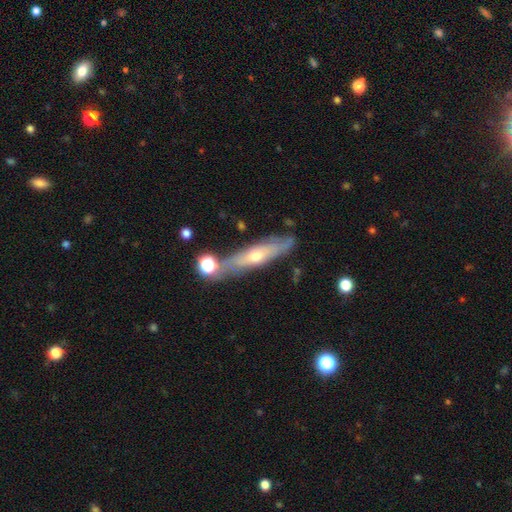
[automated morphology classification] smooth_or_featured: featured or disk (p=0.63) [alt: smooth p=0.29]
disk_edge_on: yes (p=0.71) [alt: no p=0.29]
merging: none (p=0.68) [alt: minor disturbance p=0.17]